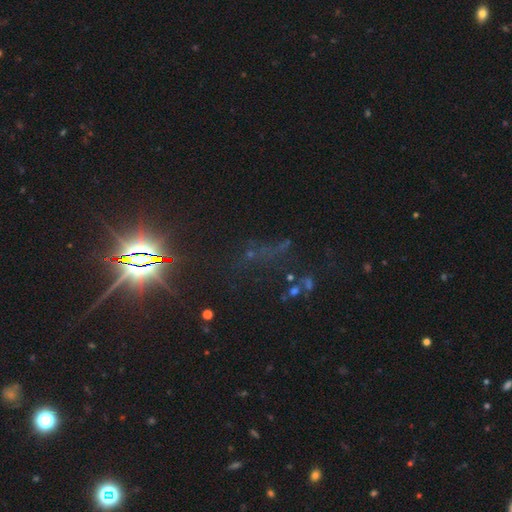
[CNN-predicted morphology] A star or artifact, not a galaxy (75%).